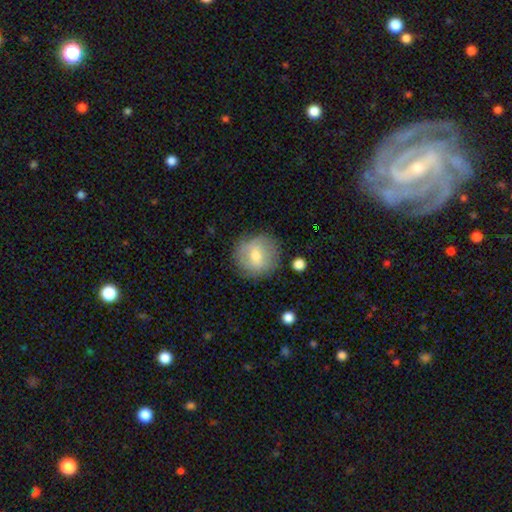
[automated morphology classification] Q: Smooth or featured?
A: smooth (62%); runner-up: featured or disk (30%)
Q: How rounded?
A: round (91%); runner-up: in between (8%)
Q: Merging?
A: none (77%); runner-up: minor disturbance (16%)